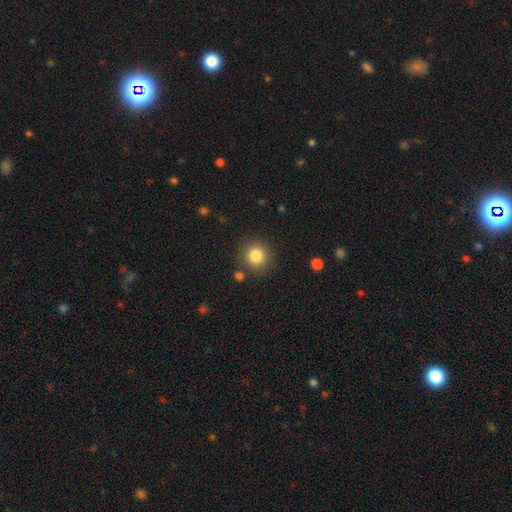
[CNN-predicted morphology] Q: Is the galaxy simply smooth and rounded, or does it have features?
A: smooth — 84%.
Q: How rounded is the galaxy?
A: round — 93%.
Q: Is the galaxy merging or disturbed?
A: none — 86%.